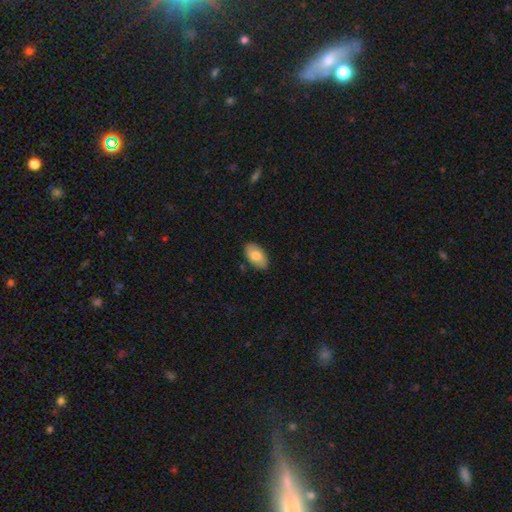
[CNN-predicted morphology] Smooth or featured? smooth (75%)
How rounded? in between (95%)
Merging? none (85%)